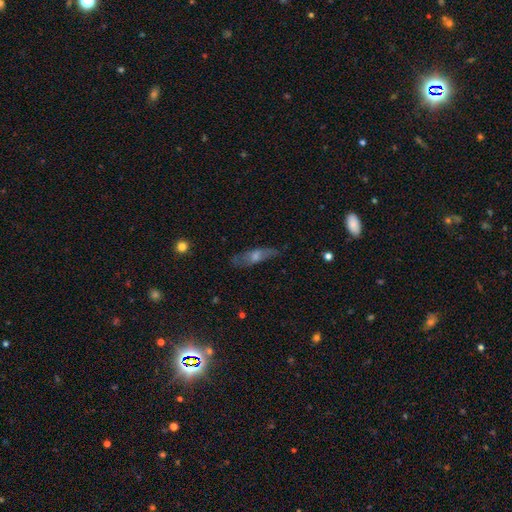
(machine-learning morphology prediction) featured or disk 54%, smooth 34%, star or artifact 12%. Down the decision tree: edge-on disk — yes (53%); merging — none (71%).